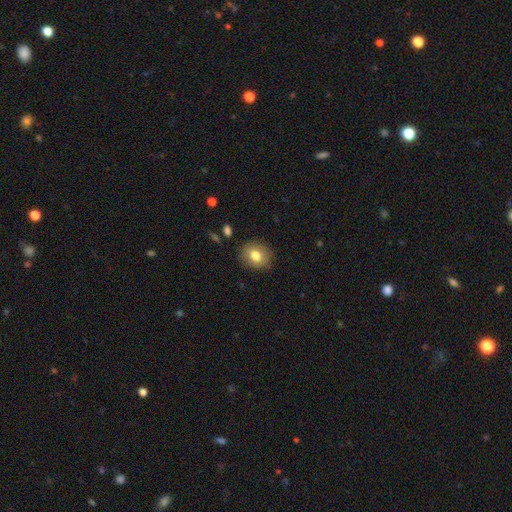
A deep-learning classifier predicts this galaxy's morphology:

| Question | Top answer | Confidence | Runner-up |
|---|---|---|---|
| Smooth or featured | smooth | 79% | featured or disk (11%) |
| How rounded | round | 66% | in between (33%) |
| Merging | none | 87% | minor disturbance (10%) |